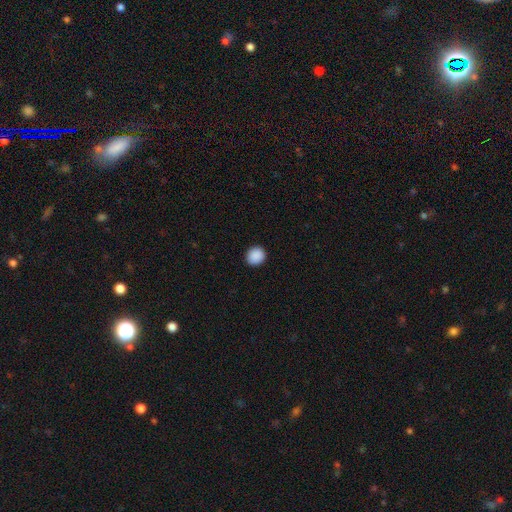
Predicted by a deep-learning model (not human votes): Overall: smooth (90%). How rounded: round (85%). Merging: none (92%).